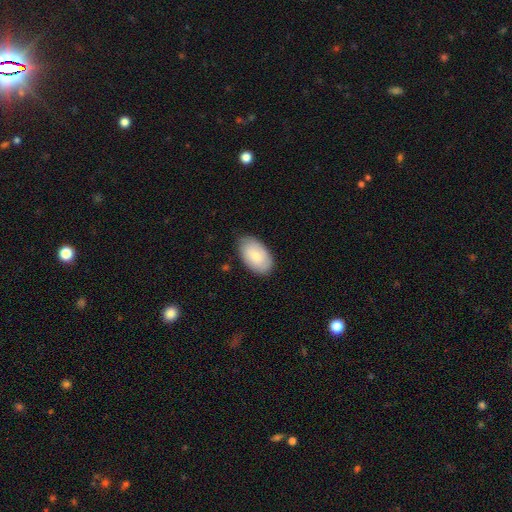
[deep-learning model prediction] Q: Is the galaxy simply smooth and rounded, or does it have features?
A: smooth — 77%.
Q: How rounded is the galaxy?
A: in between — 94%.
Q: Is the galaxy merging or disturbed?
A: none — 80%.